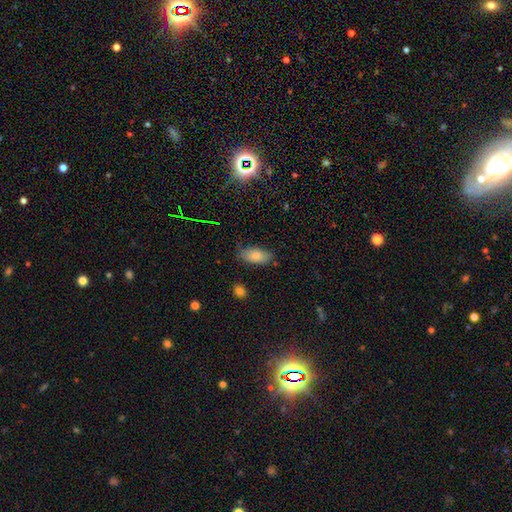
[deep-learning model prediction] Smooth or featured: smooth — 80% (featured or disk — 12%)
How rounded: in between — 90% (cigar-shaped — 7%)
Merging: none — 76% (minor disturbance — 18%)